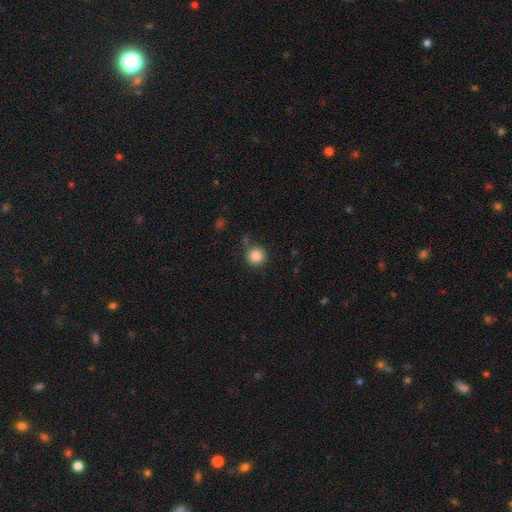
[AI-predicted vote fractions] smooth 85%, star or artifact 10%, featured or disk 5%. Down the decision tree: how rounded — round (94%); merging — none (79%).